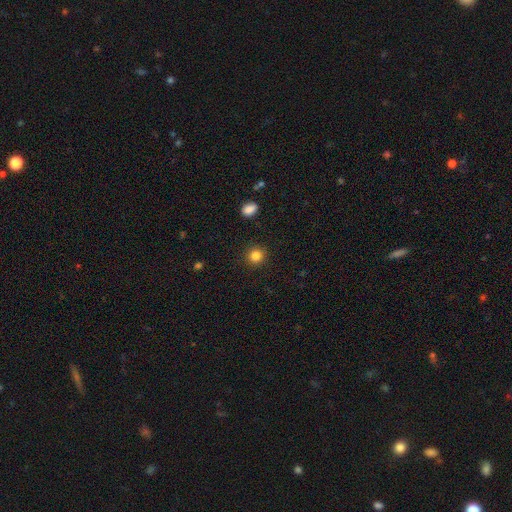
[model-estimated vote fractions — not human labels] Smooth or featured? smooth (84%)
How rounded? round (92%)
Merging? none (92%)